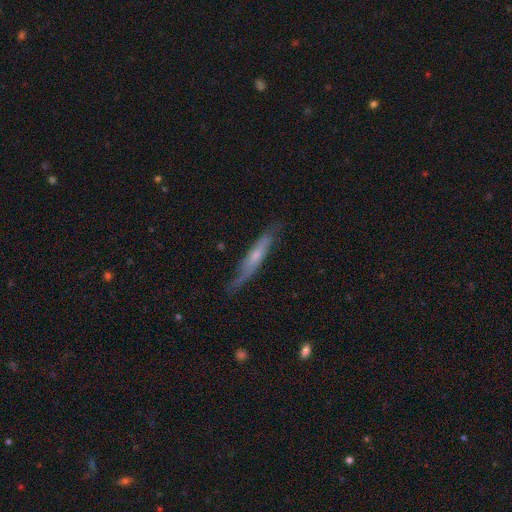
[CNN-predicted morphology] The model was most divided on "smooth or featured": featured or disk: 55%, smooth: 39%, star or artifact: 6%. More confident: edge-on disk — yes (72%); merging — none (68%).